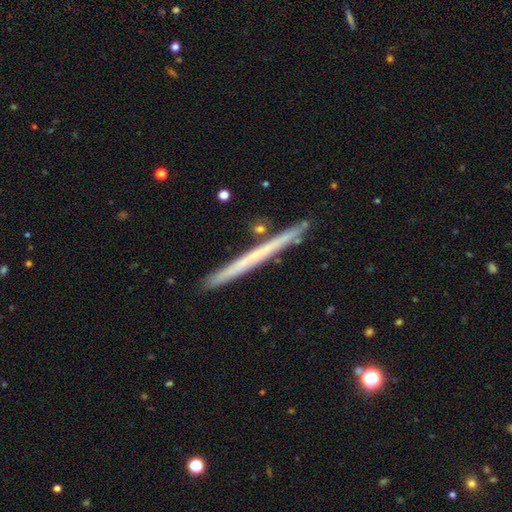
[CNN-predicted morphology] The model was most divided on "smooth or featured": featured or disk: 54%, smooth: 40%, star or artifact: 6%. More confident: edge-on disk — yes (97%); edge-on bulge — none (91%); merging — none (89%).